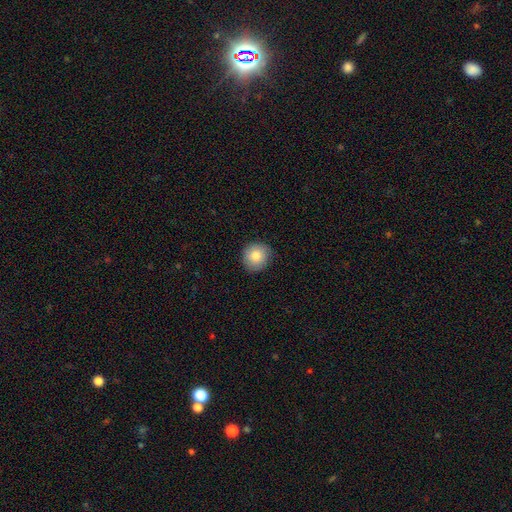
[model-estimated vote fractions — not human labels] Smooth or featured: smooth — 84% (featured or disk — 9%)
How rounded: round — 90% (in between — 9%)
Merging: none — 87% (minor disturbance — 10%)